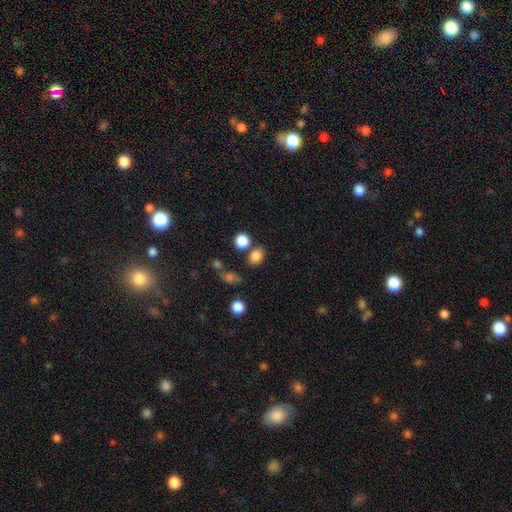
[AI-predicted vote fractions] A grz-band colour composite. It shows a smooth galaxy with no disk features (82%) that is in between round and cigar-shaped (55%). Merging: none (72%).